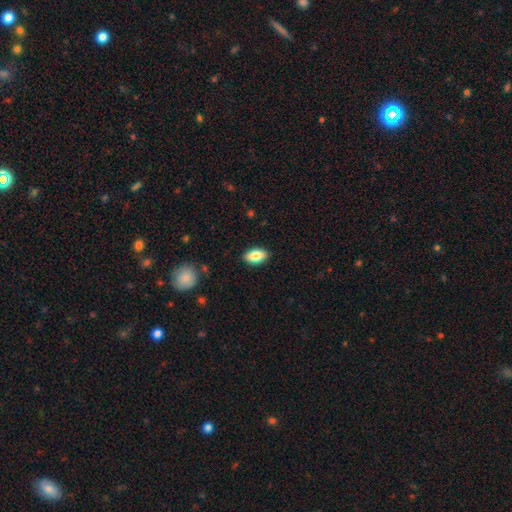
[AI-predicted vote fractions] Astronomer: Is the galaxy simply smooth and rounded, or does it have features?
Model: smooth — 84%.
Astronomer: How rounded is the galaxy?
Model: in between — 91%.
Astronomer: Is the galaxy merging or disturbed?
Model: none — 88%.